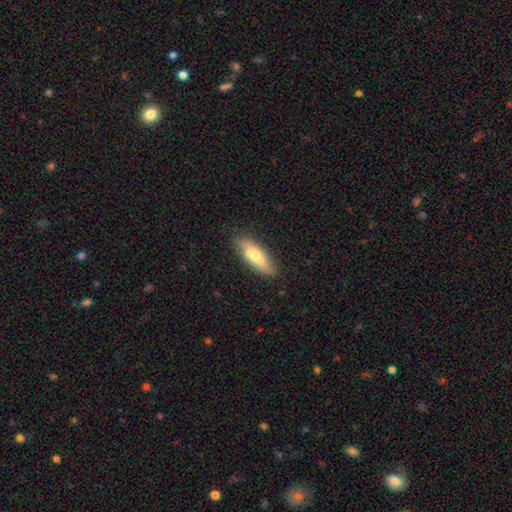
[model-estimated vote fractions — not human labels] Morphology: type=smooth (62%); roundness=in between (50%); merging=none (78%).